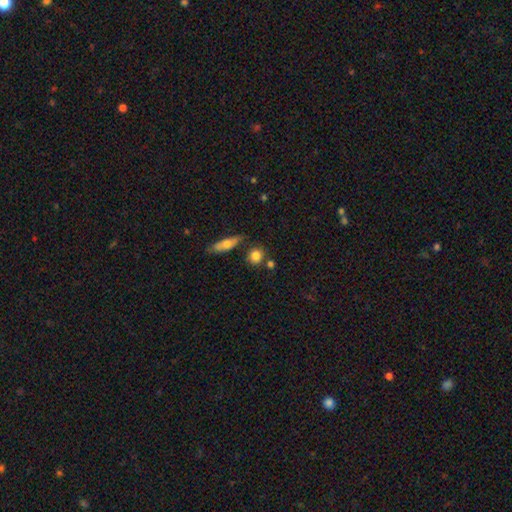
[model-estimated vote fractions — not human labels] Smooth or featured? smooth (82%)
How rounded? round (81%)
Merging? none (74%)